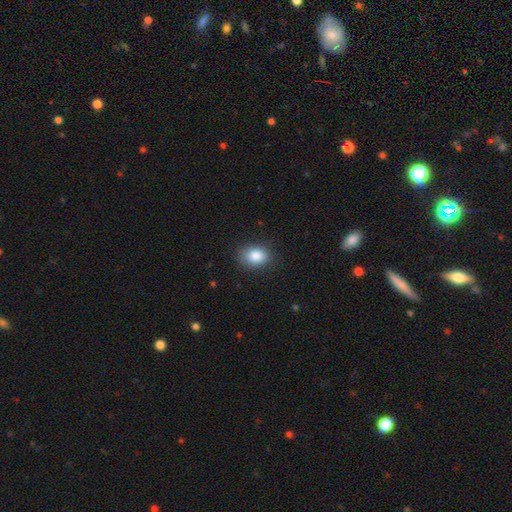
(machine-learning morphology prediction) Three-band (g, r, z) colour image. It shows a smooth galaxy with no disk features (86%) that is in between round and cigar-shaped (64%). Merging: none (85%).